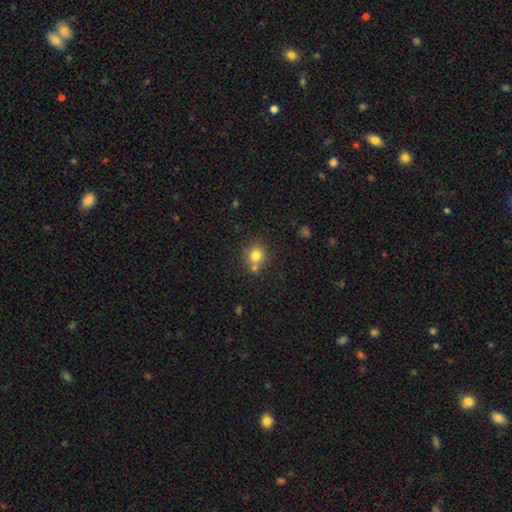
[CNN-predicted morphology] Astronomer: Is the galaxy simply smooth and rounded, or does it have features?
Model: smooth — 79%.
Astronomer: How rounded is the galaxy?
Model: round — 86%.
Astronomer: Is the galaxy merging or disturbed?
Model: none — 63%.